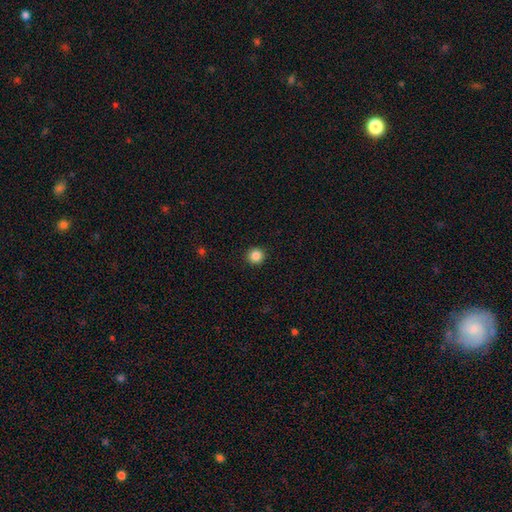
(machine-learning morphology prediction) A smooth galaxy with no disk features (86%) that is round (95%). Merging: none (93%).